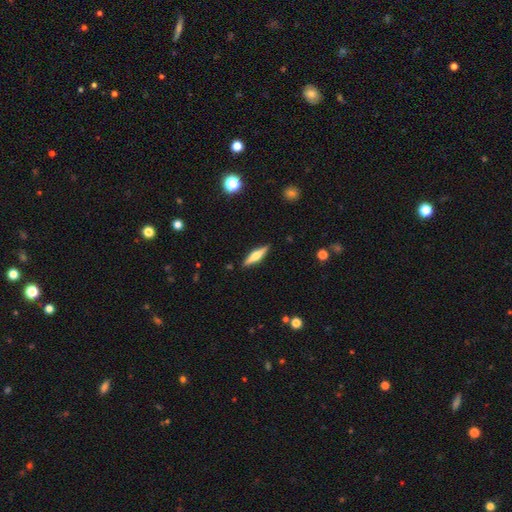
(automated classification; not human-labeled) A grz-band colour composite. It shows a featured or disk galaxy (57%) viewed edge-on (96%) with a rounded central bulge (89%). Merging: none (90%).